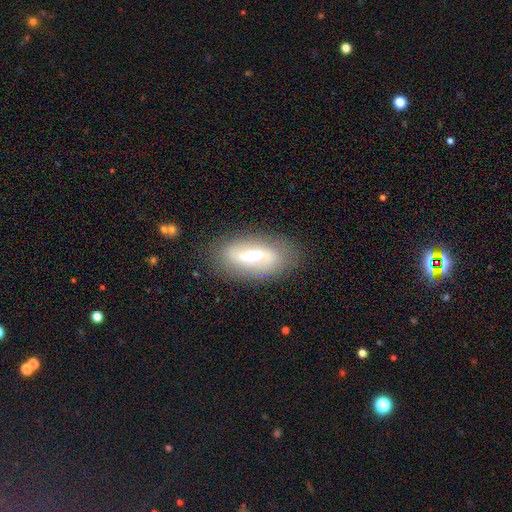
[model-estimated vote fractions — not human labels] Q: Smooth or featured?
A: featured or disk (61%); runner-up: smooth (31%)
Q: Edge-on disk?
A: no (73%); runner-up: yes (27%)
Q: Merging?
A: none (81%); runner-up: minor disturbance (13%)